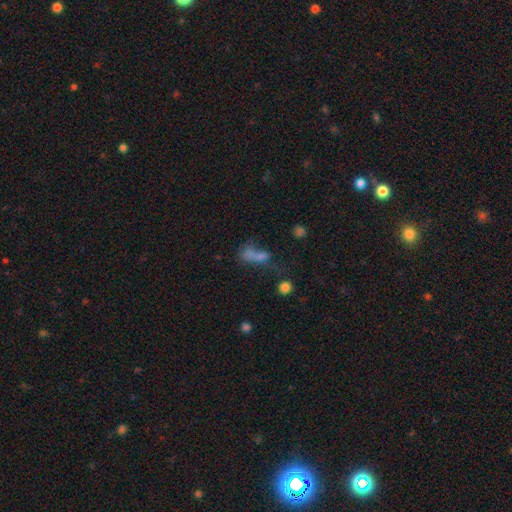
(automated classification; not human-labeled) Overall: smooth (63%). How rounded: in between (61%). Merging: merger (39%; none 29%).